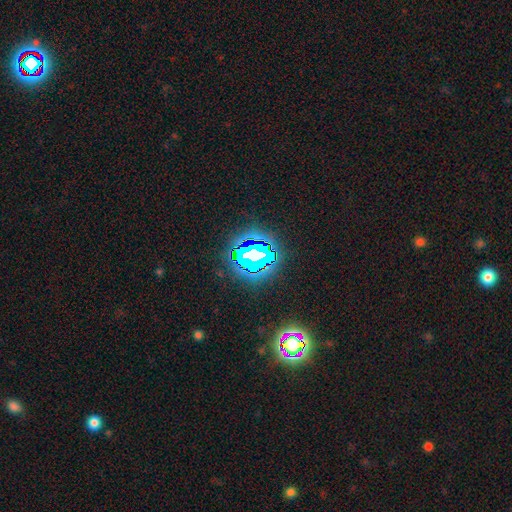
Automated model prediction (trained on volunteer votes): smooth-or-featured: star or artifact: 74% | smooth: 15% | featured or disk: 12%